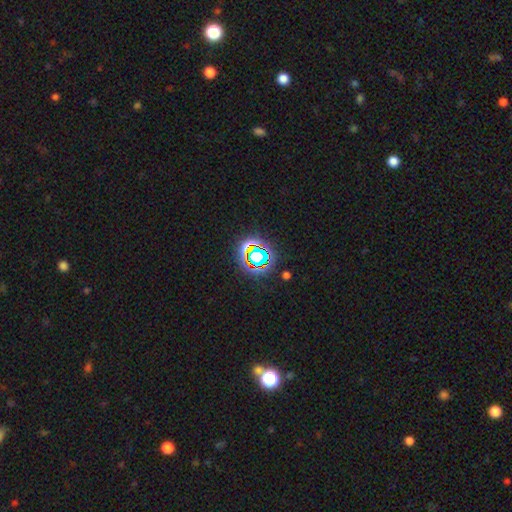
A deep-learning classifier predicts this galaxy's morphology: A star or artifact, not a galaxy (67%).

Vote fractions:
- Smooth or featured? star or artifact: 67% / smooth: 20% / featured or disk: 13%